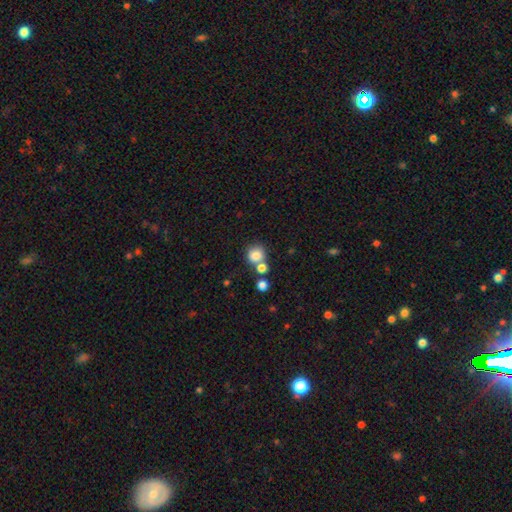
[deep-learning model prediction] Morphology: type=smooth (81%); roundness=round (82%); merging=none (54%).